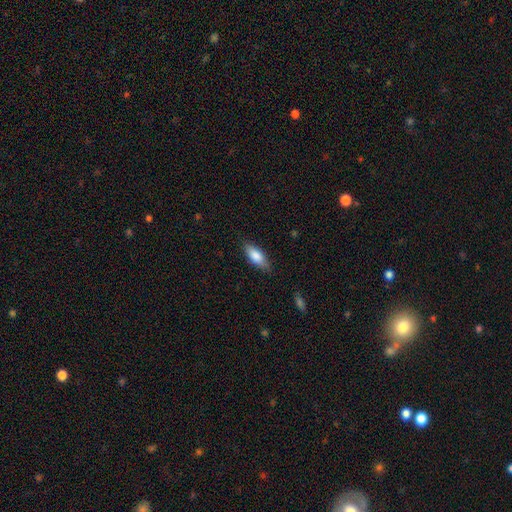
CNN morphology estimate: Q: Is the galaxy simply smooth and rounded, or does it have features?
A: smooth — 81%.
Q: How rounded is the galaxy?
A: in between — 76%.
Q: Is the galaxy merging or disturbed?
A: none — 80%.